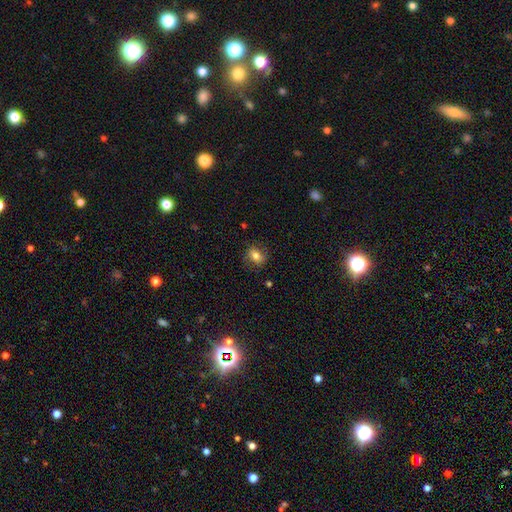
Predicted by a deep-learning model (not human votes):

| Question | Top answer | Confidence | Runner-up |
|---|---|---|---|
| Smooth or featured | smooth | 73% | featured or disk (17%) |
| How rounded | in between | 54% | round (44%) |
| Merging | none | 78% | minor disturbance (15%) |